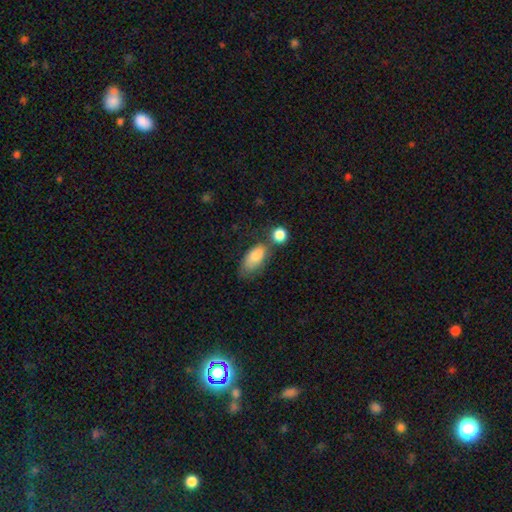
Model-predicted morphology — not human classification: Smooth or featured? smooth (82%)
How rounded? in between (89%)
Merging? none (43%)